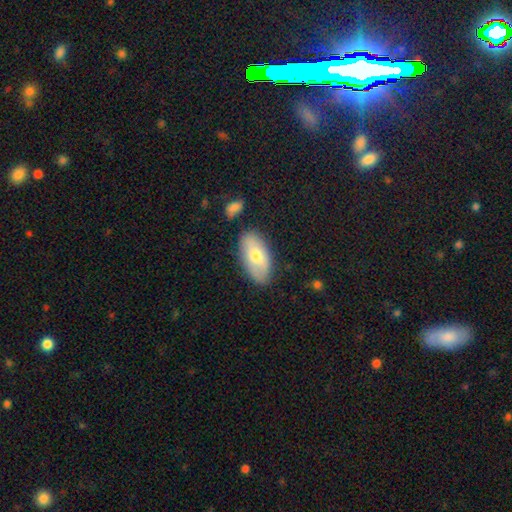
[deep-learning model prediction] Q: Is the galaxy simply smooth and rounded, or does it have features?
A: smooth — 61%.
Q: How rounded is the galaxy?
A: in between — 93%.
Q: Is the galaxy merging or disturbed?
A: none — 80%.